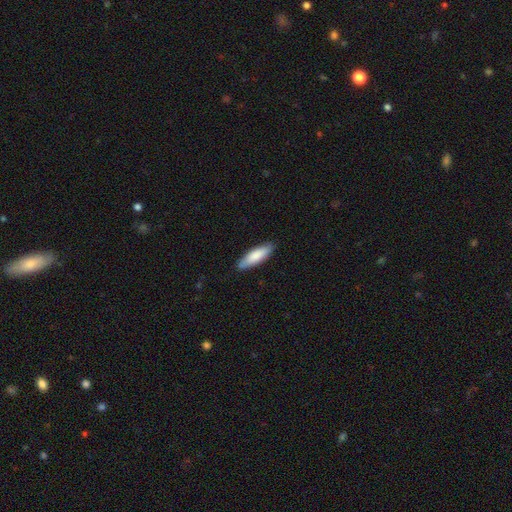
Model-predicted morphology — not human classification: This appears to be a smooth galaxy with no disk features (81%) that is cigar-shaped (53%). Merging: none (86%).